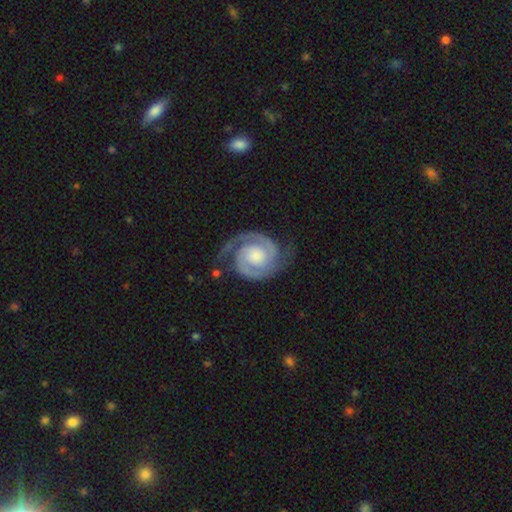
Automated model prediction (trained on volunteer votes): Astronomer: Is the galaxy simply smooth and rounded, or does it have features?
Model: featured or disk — 92%.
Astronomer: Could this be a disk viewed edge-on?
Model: no — 98%.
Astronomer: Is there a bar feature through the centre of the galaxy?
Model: no — 69%.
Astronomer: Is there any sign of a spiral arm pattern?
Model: yes — 99%.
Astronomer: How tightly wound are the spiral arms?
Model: tight — 63%.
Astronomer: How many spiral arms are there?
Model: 2 — 92%.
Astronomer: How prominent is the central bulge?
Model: moderate — 42% (runner-up: small, 40%).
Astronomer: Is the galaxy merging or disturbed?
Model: none — 76%.